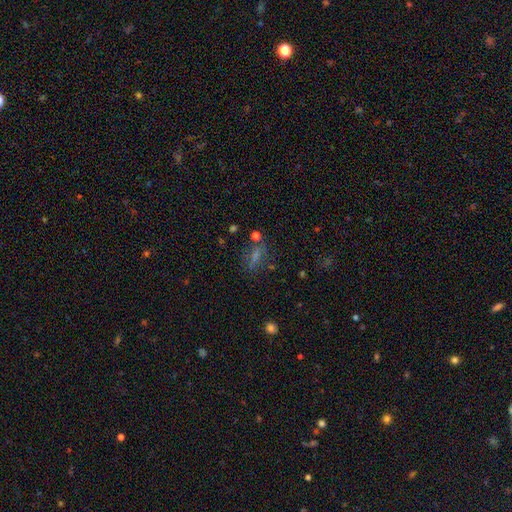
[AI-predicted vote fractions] The model was most divided on "how rounded": in between: 47%, cigar-shaped: 38%, round: 15%. More confident: merging — none (69%); smooth or featured — smooth (55%).